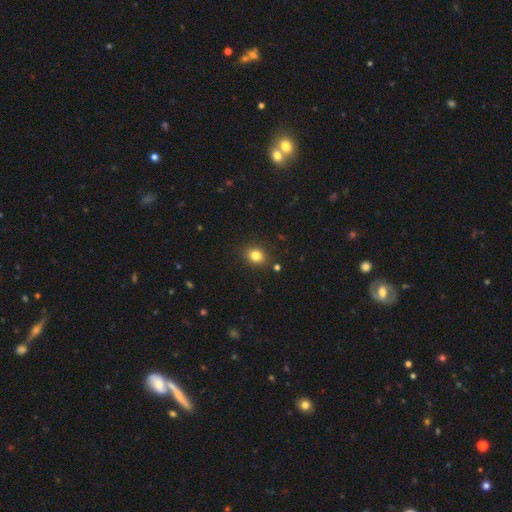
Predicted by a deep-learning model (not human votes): Q: Smooth or featured?
A: smooth (81%); runner-up: star or artifact (12%)
Q: How rounded?
A: round (60%); runner-up: in between (39%)
Q: Merging?
A: none (87%); runner-up: minor disturbance (9%)